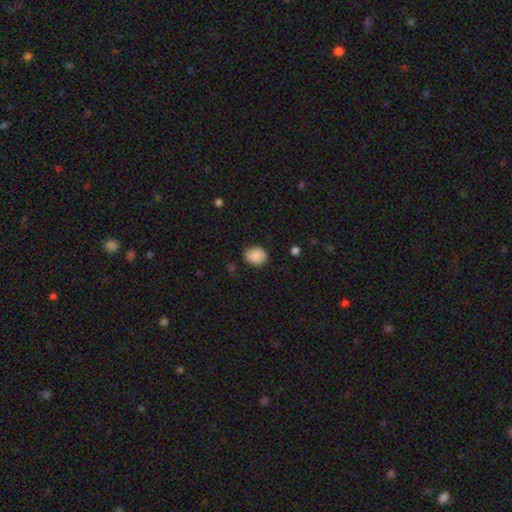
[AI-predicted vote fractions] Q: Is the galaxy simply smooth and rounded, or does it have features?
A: smooth — 88%.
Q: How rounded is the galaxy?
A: round — 50%.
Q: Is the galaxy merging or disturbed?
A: none — 81%.